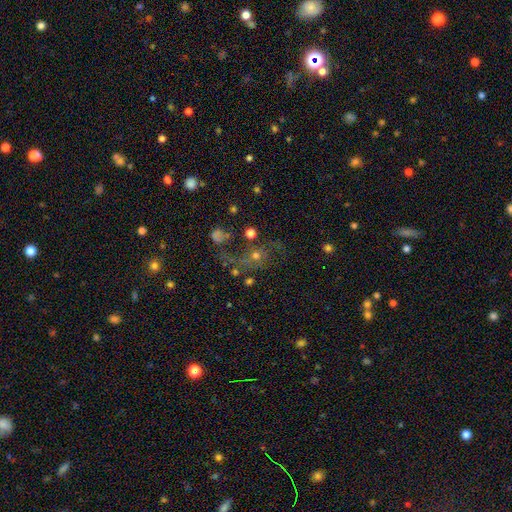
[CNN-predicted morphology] smooth-or-featured: featured or disk: 50% | smooth: 26% | star or artifact: 24%
  disk-edge-on: no: 95% | yes: 5%
  merging: none: 45% | major disturbance: 28% | minor disturbance: 16% | merger: 11%